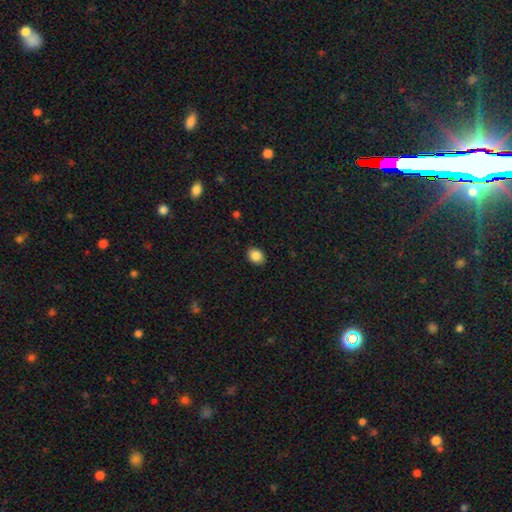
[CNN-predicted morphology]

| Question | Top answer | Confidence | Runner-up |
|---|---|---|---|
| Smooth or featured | smooth | 87% | star or artifact (9%) |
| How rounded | in between | 57% | round (42%) |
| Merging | none | 89% | minor disturbance (8%) |